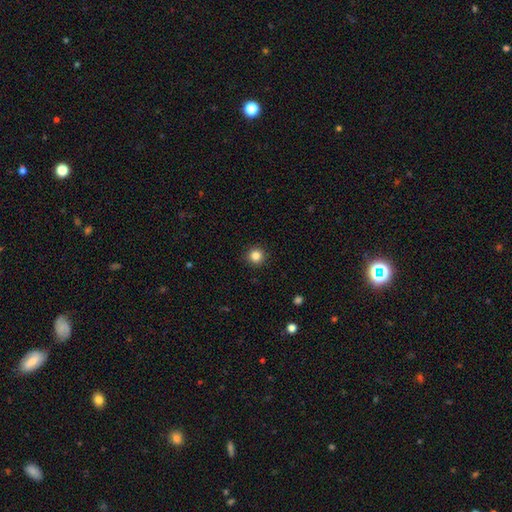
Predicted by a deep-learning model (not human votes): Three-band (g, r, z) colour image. It shows a smooth galaxy with no disk features (84%) that is round (96%). Merging: none (92%).